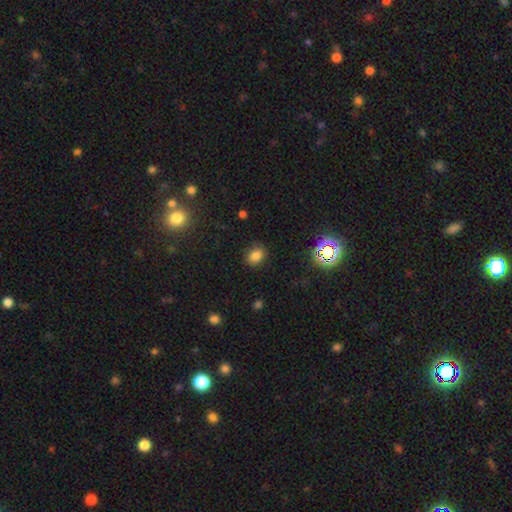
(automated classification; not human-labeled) Smooth or featured: smooth — 78% (star or artifact — 16%)
How rounded: round — 50% (in between — 49%)
Merging: none — 84% (minor disturbance — 12%)